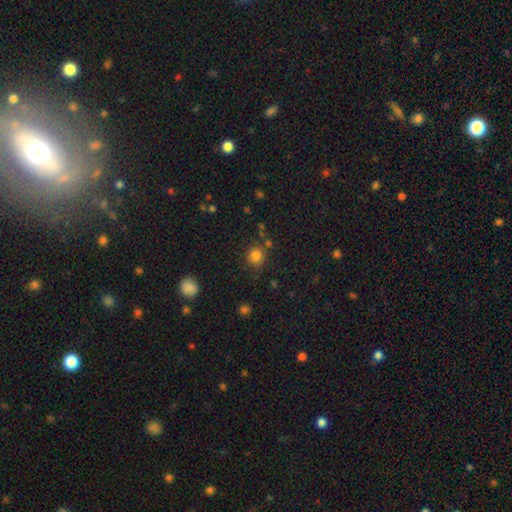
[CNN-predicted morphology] Smooth or featured? smooth (81%)
How rounded? round (82%)
Merging? none (77%)